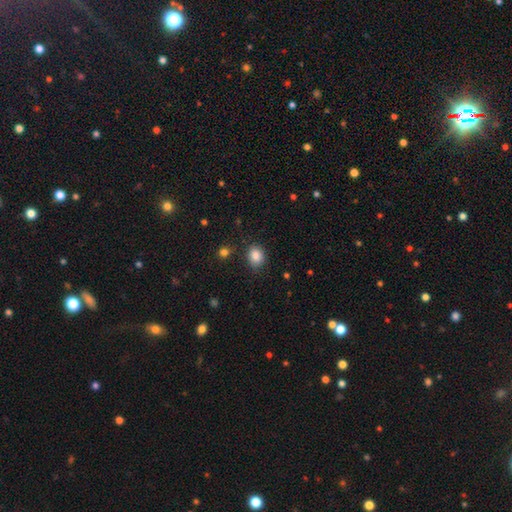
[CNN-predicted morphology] The model was most divided on "how rounded": round: 53%, in between: 46%, cigar-shaped: 1%. More confident: smooth or featured — smooth (85%); merging — none (81%).